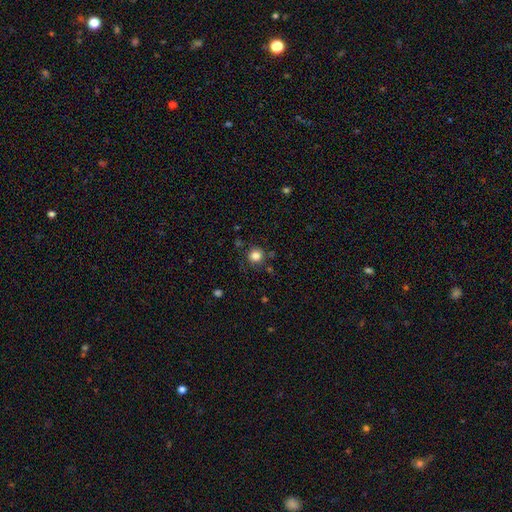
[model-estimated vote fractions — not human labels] This appears to be a smooth galaxy with no disk features (83%) that is round (94%). Merging: none (84%).